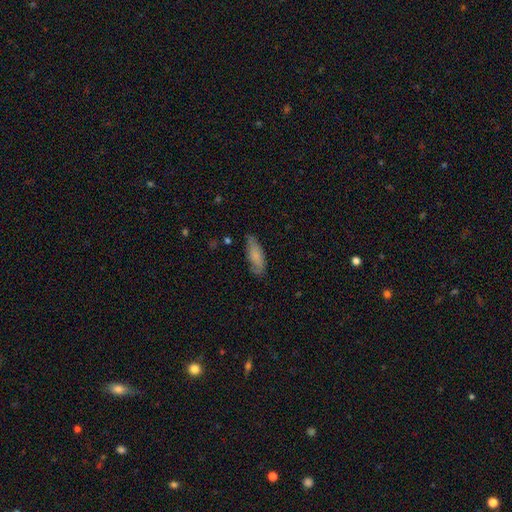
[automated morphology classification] type=smooth (72%); roundness=in between (65%); merging=none (72%).